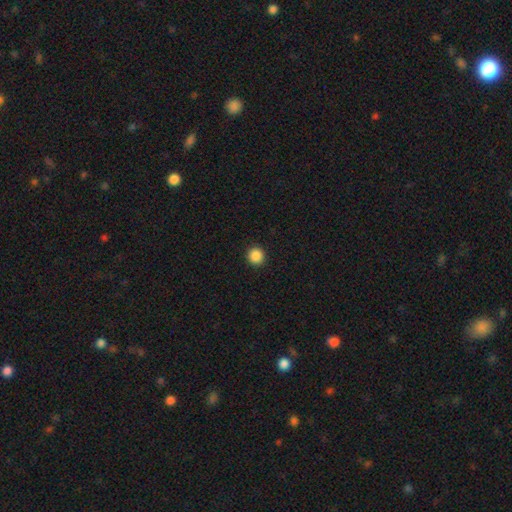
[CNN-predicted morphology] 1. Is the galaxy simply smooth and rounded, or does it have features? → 87% smooth, 10% star or artifact, 3% featured or disk.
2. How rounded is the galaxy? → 94% round, 5% in between, 1% cigar-shaped.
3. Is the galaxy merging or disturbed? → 93% none, 5% minor disturbance, 2% major disturbance, 1% merger.